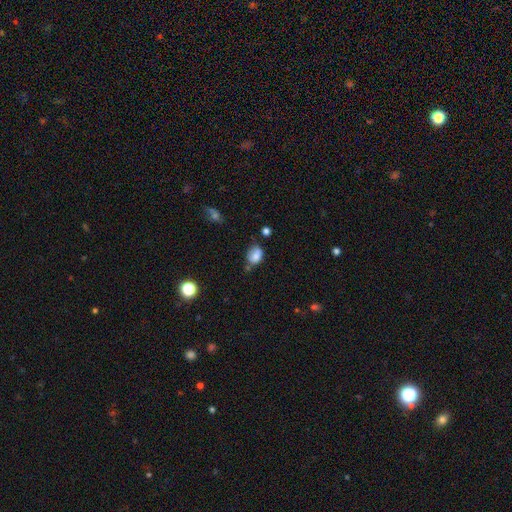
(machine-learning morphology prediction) Smooth or featured?
  - smooth: 78% *
  - featured or disk: 11%
  - star or artifact: 11%
How rounded?
  - in between: 70% *
  - round: 29%
  - cigar-shaped: 1%
Merging?
  - none: 50% *
  - minor disturbance: 31%
  - merger: 10%
  - major disturbance: 8%